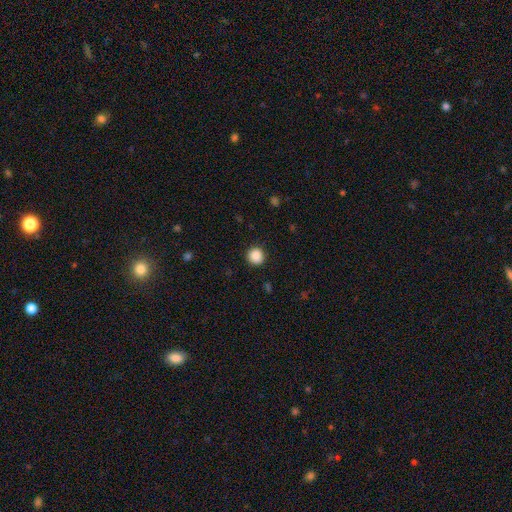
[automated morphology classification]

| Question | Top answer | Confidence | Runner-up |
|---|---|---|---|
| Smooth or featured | smooth | 88% | star or artifact (10%) |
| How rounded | round | 93% | in between (6%) |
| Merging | none | 90% | minor disturbance (6%) |